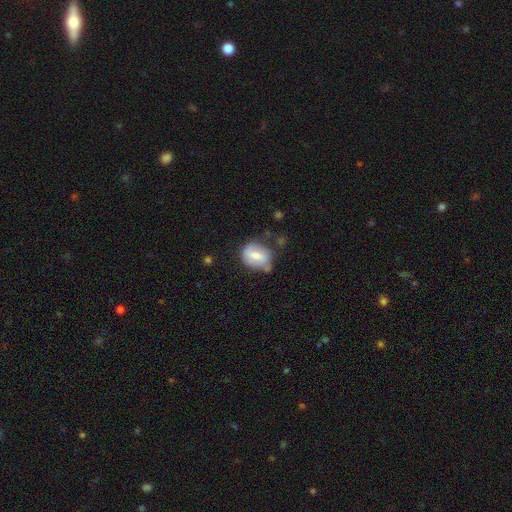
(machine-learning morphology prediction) This appears to be a smooth galaxy with no disk features (60%) that is round (52%). Merging: none (50%).